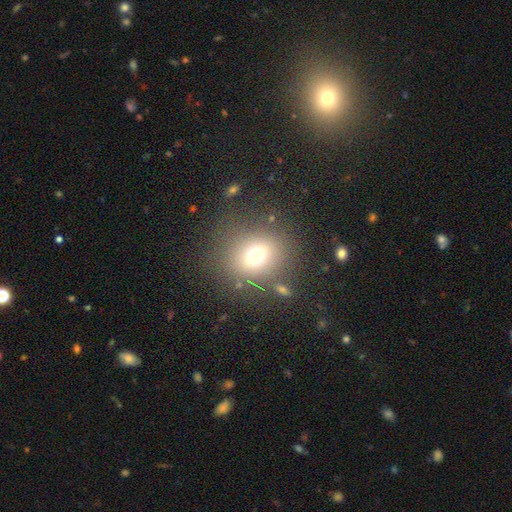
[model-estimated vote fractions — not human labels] Smooth or featured: smooth — 69% (star or artifact — 17%)
How rounded: round — 59% (in between — 39%)
Merging: none — 75% (minor disturbance — 12%)